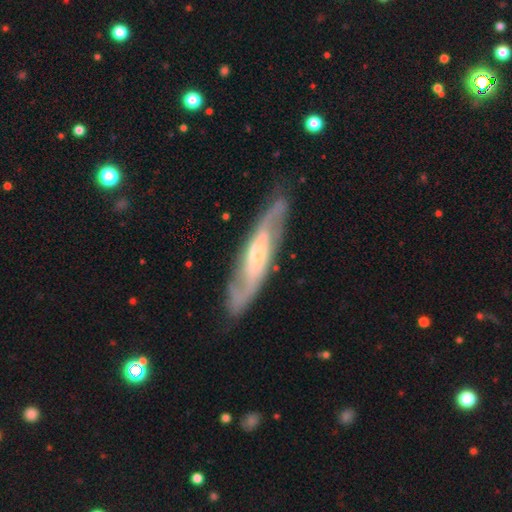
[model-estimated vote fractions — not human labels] featured or disk 79%, smooth 16%, star or artifact 5%. Down the decision tree: edge-on disk — no (73%); bar — no (52%); spiral arms — yes (91%); spiral arm count — 2 (81%); spiral winding — medium (44%); bulge size — small (47%); merging — none (77%).